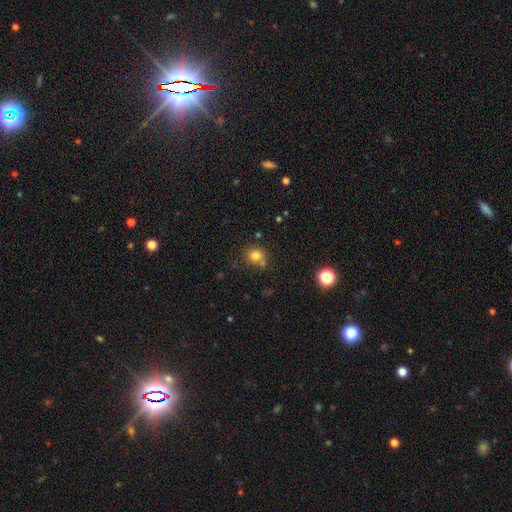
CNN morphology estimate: Smooth or featured: smooth — 78% (star or artifact — 14%)
How rounded: round — 81% (in between — 18%)
Merging: none — 65% (merger — 17%)